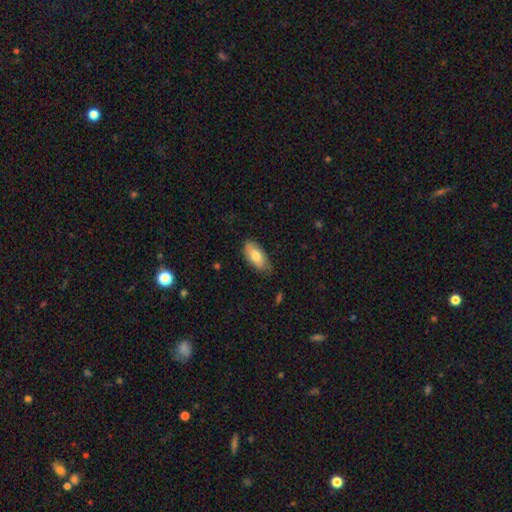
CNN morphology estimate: smooth-or-featured: smooth: 76% | featured or disk: 18% | star or artifact: 6%
  how-rounded: in between: 91% | cigar-shaped: 6% | round: 3%
  merging: none: 76% | minor disturbance: 20% | major disturbance: 3% | merger: 1%